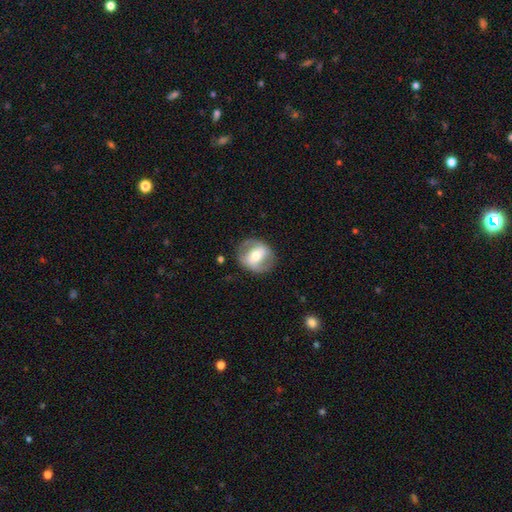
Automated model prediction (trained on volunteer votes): Q: Smooth or featured?
A: featured or disk (61%); runner-up: smooth (33%)
Q: Edge-on disk?
A: no (94%); runner-up: yes (6%)
Q: Bar?
A: strong (41%); runner-up: weak (31%)
Q: Spiral arms?
A: yes (52%); runner-up: no (48%)
Q: Bulge size?
A: moderate (66%); runner-up: small (23%)
Q: Merging?
A: none (79%); runner-up: minor disturbance (13%)